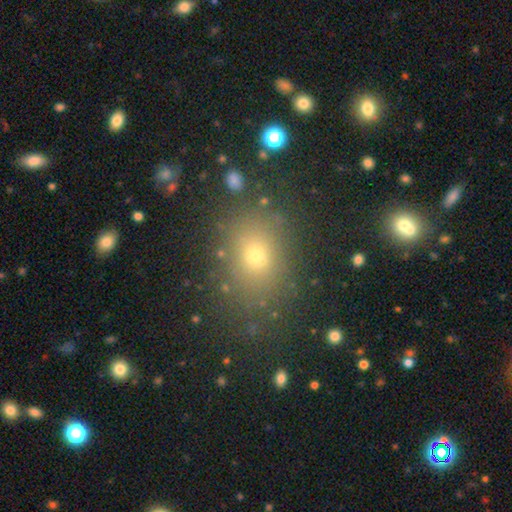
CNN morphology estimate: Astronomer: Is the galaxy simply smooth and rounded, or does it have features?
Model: smooth — 67%.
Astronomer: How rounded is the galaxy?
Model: in between — 55% (runner-up: round, 43%).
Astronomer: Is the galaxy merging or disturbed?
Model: none — 75%.